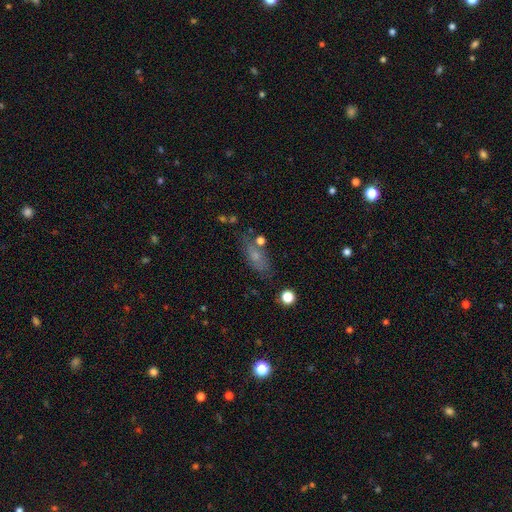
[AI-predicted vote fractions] Morphology: type=smooth (62%); roundness=in between (70%); merging=none (65%).